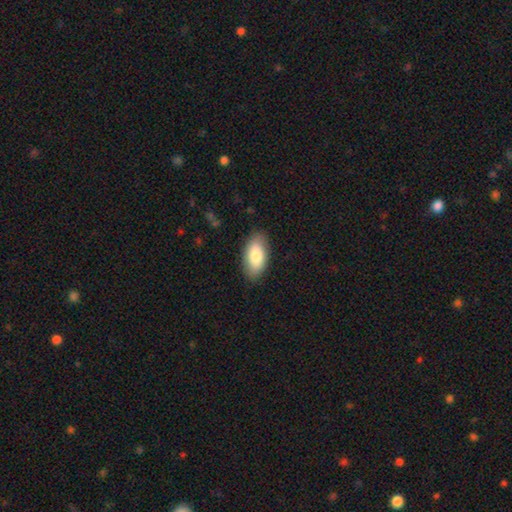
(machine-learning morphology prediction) Smooth or featured: smooth — 81% (featured or disk — 13%)
How rounded: in between — 93% (cigar-shaped — 4%)
Merging: none — 85% (minor disturbance — 11%)